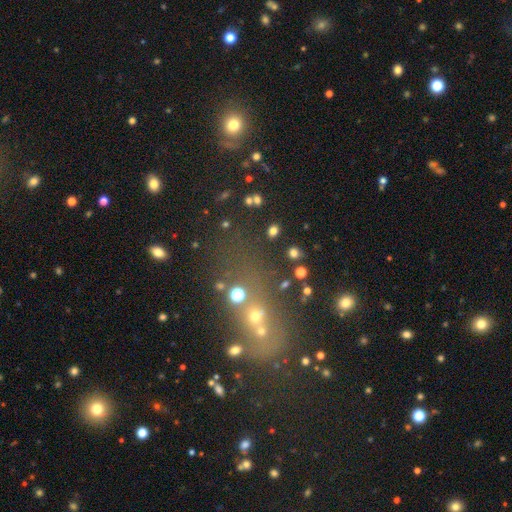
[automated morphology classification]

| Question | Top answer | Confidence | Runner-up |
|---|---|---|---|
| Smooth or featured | star or artifact | 42% | smooth (38%) |